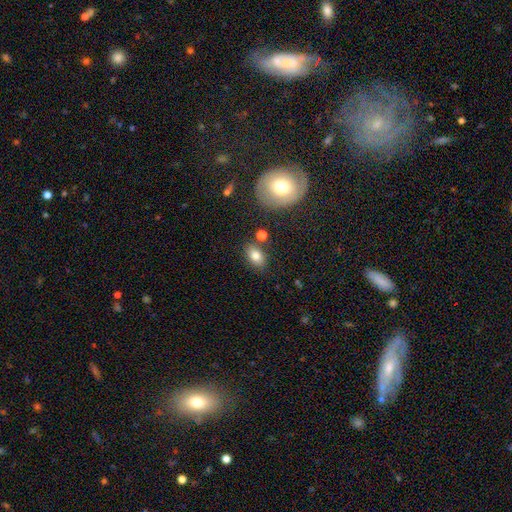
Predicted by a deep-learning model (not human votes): Q: Smooth or featured?
A: smooth (79%); runner-up: featured or disk (11%)
Q: How rounded?
A: in between (84%); runner-up: round (14%)
Q: Merging?
A: none (78%); runner-up: minor disturbance (12%)